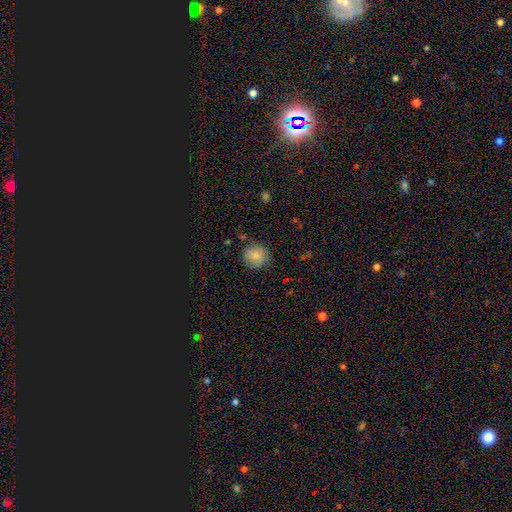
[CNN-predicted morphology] Smooth or featured? Predicted: smooth (p=0.85). How rounded? Predicted: round (p=0.85). Merging? Predicted: none (p=0.82).